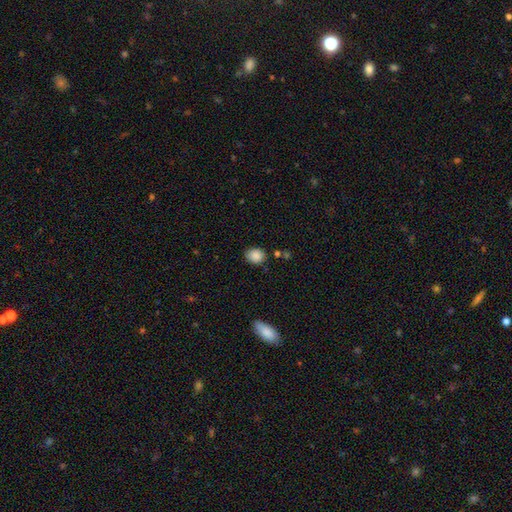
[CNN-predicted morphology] This is clearly a smooth galaxy (87%). How rounded: likely round (60%). Merging: likely none (79%).